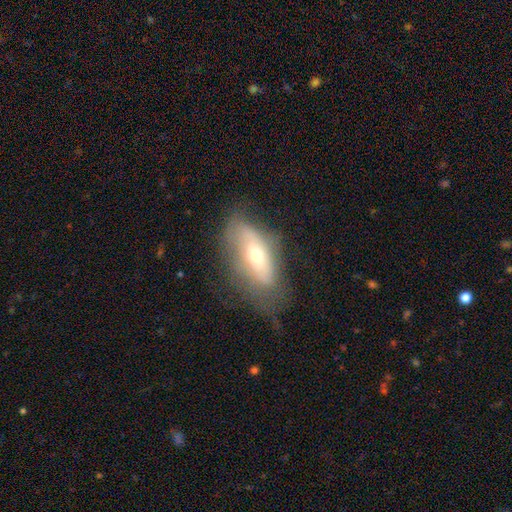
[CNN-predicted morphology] This appears to be a smooth galaxy with no disk features (48%). Merging: none (45%).